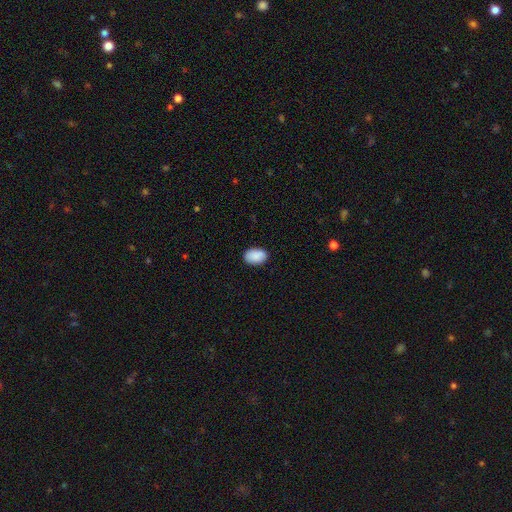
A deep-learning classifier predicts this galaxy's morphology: A smooth galaxy with no disk features (90%) that is in between round and cigar-shaped (89%).

Vote fractions:
- Smooth or featured? smooth: 90% / star or artifact: 7% / featured or disk: 3%
- How rounded? in between: 89% / round: 10% / cigar-shaped: 1%
- Merging? none: 87% / minor disturbance: 10% / major disturbance: 2% / merger: 1%